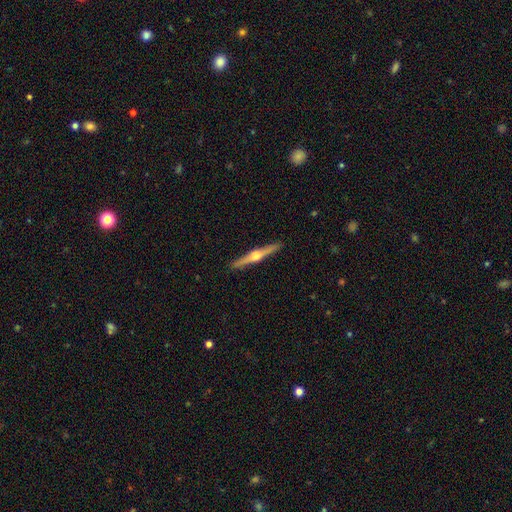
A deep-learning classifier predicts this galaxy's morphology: The model was most divided on "smooth or featured": featured or disk: 79%, smooth: 16%, star or artifact: 5%. More confident: edge-on disk — yes (98%); edge-on bulge — rounded (94%); merging — none (92%).